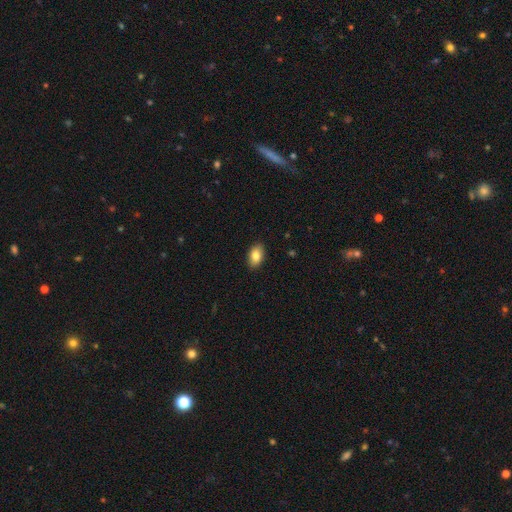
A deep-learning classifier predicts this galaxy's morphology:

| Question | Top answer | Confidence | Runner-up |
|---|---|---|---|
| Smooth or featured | smooth | 84% | featured or disk (9%) |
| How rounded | in between | 91% | round (7%) |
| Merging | none | 89% | minor disturbance (8%) |